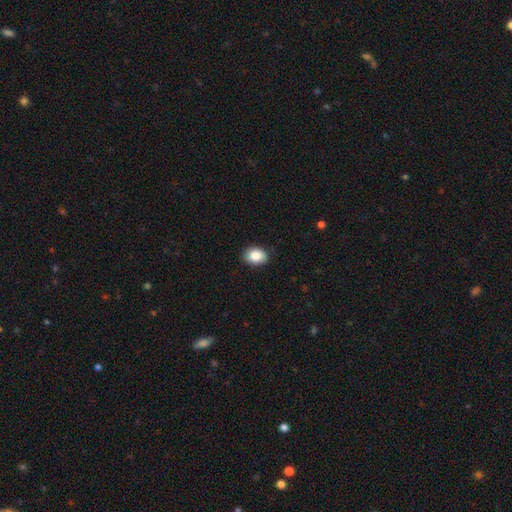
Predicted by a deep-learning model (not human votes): This is clearly a smooth galaxy (88%). How rounded: likely in between (68%). Merging: clearly none (87%).